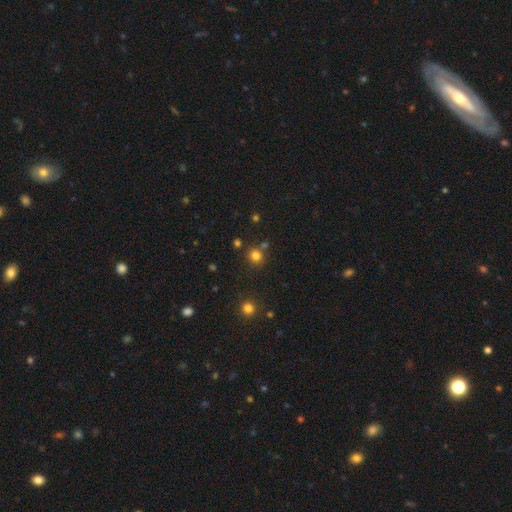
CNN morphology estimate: Smooth or featured? smooth (78%)
How rounded? round (91%)
Merging? none (79%)